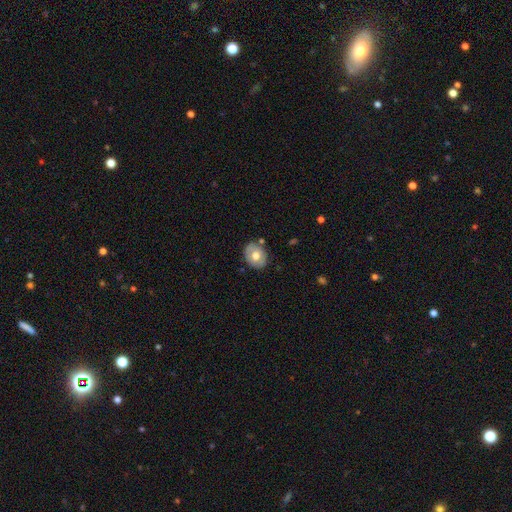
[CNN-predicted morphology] Smooth or featured?
  - smooth: 59% *
  - featured or disk: 34%
  - star or artifact: 7%
How rounded?
  - in between: 50% *
  - round: 49%
  - cigar-shaped: 1%
Merging?
  - none: 80% *
  - minor disturbance: 14%
  - merger: 3%
  - major disturbance: 3%